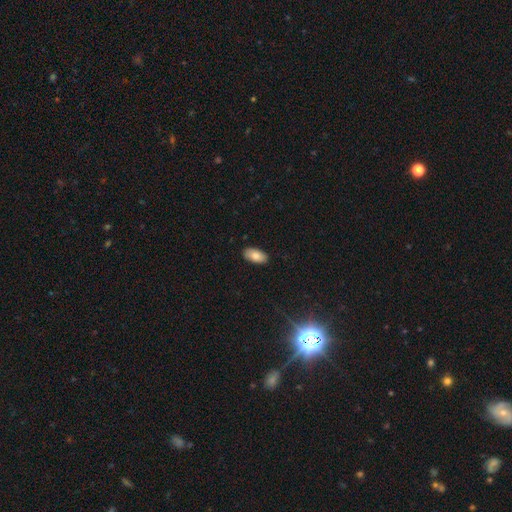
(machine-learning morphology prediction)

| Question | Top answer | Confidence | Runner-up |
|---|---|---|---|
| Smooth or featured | smooth | 83% | featured or disk (10%) |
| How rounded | in between | 94% | cigar-shaped (3%) |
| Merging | none | 88% | minor disturbance (9%) |